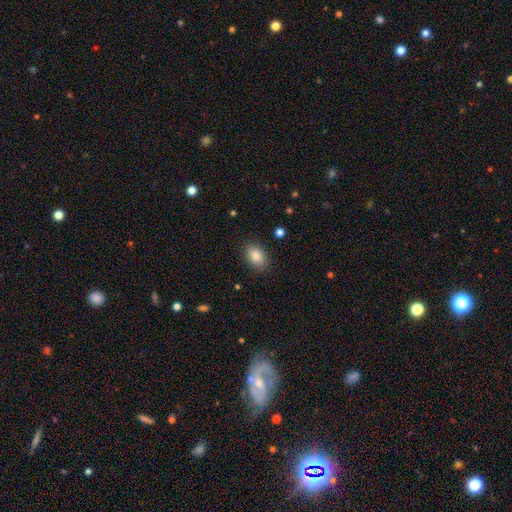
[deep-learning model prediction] Overall: smooth (85%). How rounded: in between (78%). Merging: none (87%).